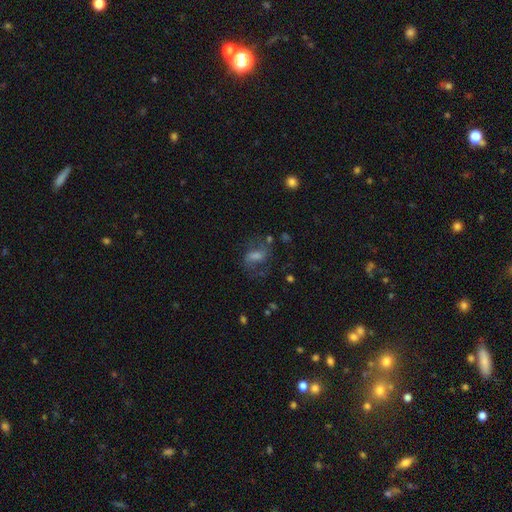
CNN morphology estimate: Overall: featured or disk (47%; smooth 39%). Merging: none (53%; major disturbance 22%).